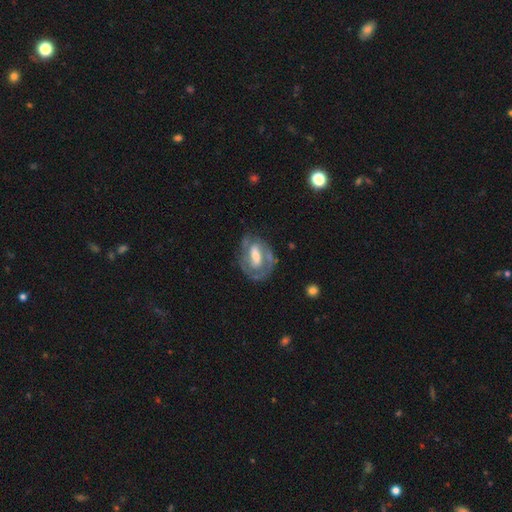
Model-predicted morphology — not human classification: This appears to be a featured or disk galaxy (74%) with a weak bar (41%), 2 (54%) tight (51%) spiral arms (76%) and a moderate central bulge (46%). Merging: none (60%).